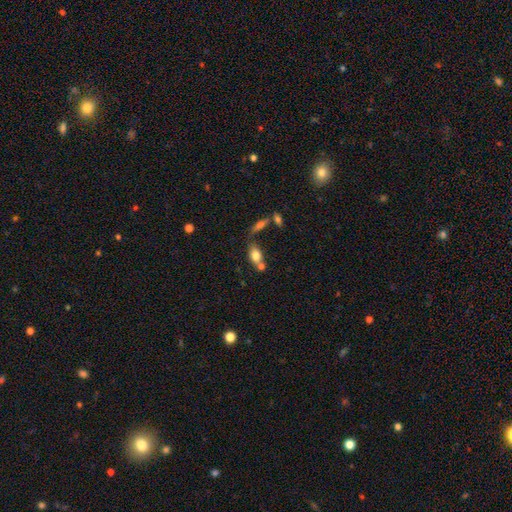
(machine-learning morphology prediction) This is likely a smooth galaxy (77%). How rounded: likely in between (79%). Merging: marginally none (44%).